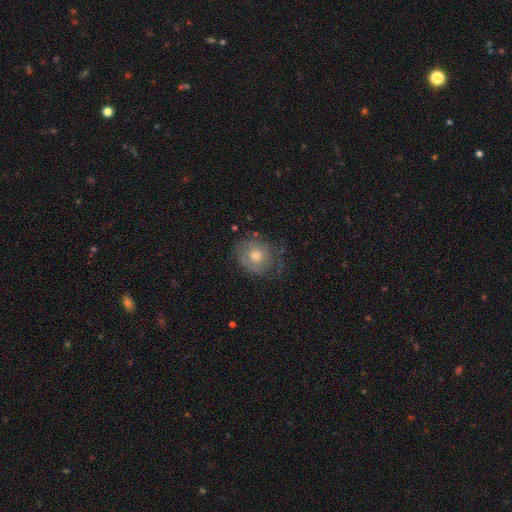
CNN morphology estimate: Smooth or featured: featured or disk — 58% (smooth — 32%)
Edge-on disk: no — 96% (yes — 4%)
Bar: no — 82% (weak — 15%)
Spiral arms: yes — 74% (no — 26%)
Bulge size: moderate — 68% (small — 22%)
Merging: none — 65% (minor disturbance — 22%)